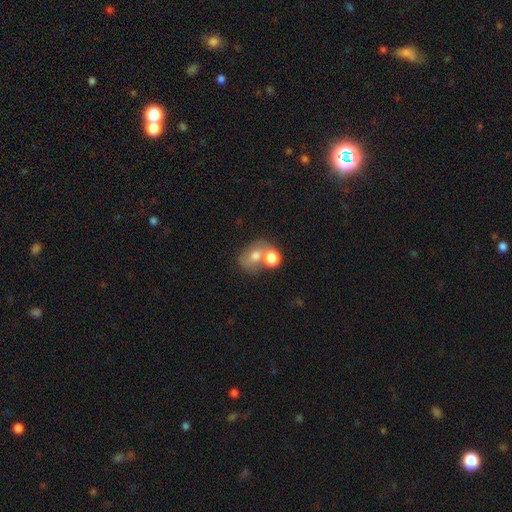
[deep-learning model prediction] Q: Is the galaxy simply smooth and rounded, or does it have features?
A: smooth — 67%.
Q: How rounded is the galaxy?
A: in between — 50%.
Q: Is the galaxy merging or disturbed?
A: merger — 48%.